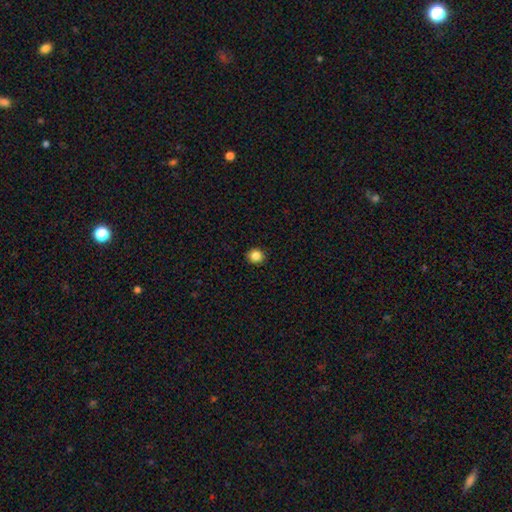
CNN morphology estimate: This is clearly a smooth galaxy (85%). How rounded: clearly round (92%). Merging: clearly none (93%).